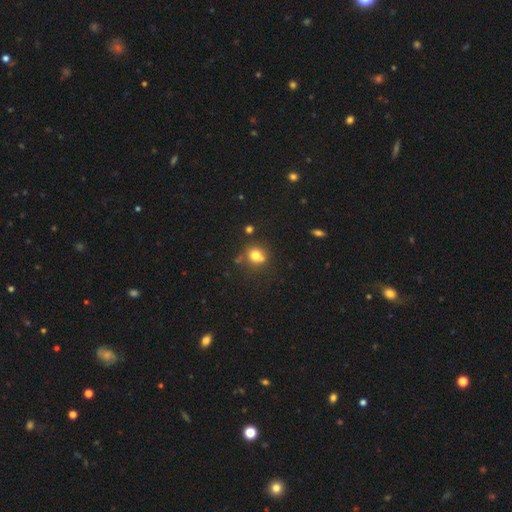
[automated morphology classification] Smooth or featured? smooth (73%)
How rounded? round (78%)
Merging? none (58%)